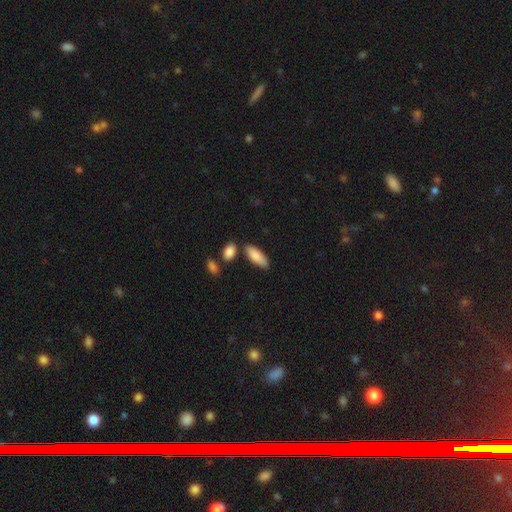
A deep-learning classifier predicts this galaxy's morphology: Smooth or featured: smooth — 86% (featured or disk — 8%)
How rounded: in between — 72% (cigar-shaped — 26%)
Merging: none — 77% (minor disturbance — 13%)